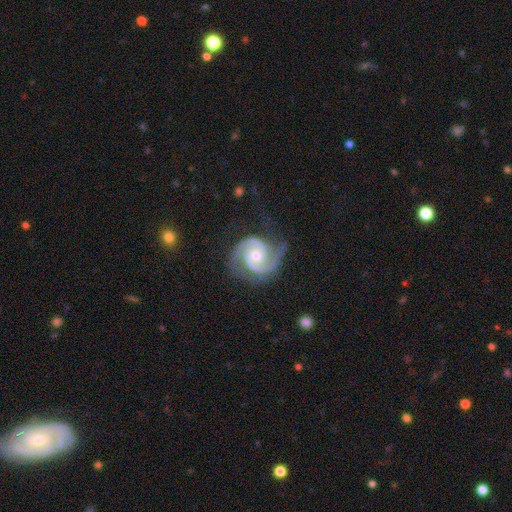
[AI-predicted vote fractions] Smooth or featured? Predicted: featured or disk (p=0.93). Edge-on disk? Predicted: no (p=0.98). Bar? Predicted: no (p=0.66). Spiral arms? Predicted: yes (p=0.99). Spiral winding? Predicted: tight (p=0.48). Spiral arm count? Predicted: 2 (p=0.88). Bulge size? Predicted: moderate (p=0.59). Merging? Predicted: none (p=0.73).